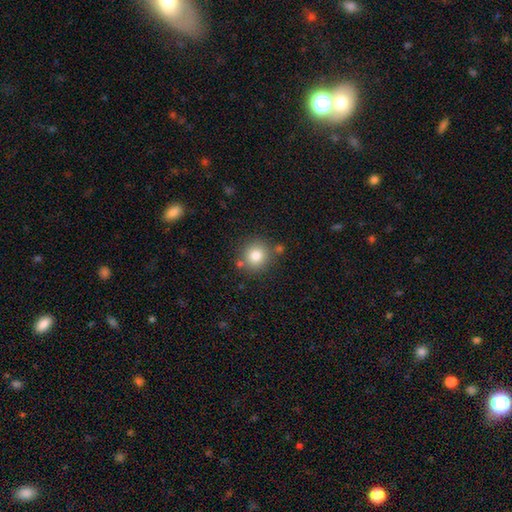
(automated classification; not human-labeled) Smooth or featured? smooth (81%)
How rounded? round (91%)
Merging? none (80%)